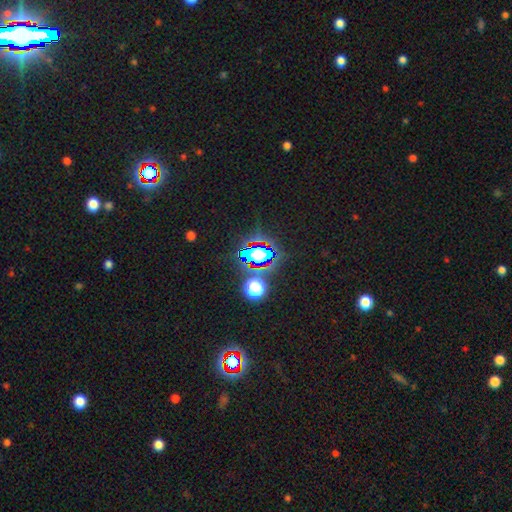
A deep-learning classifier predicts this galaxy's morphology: A star or artifact, not a galaxy (65%).

Vote fractions:
- Smooth or featured? star or artifact: 65% / smooth: 23% / featured or disk: 12%